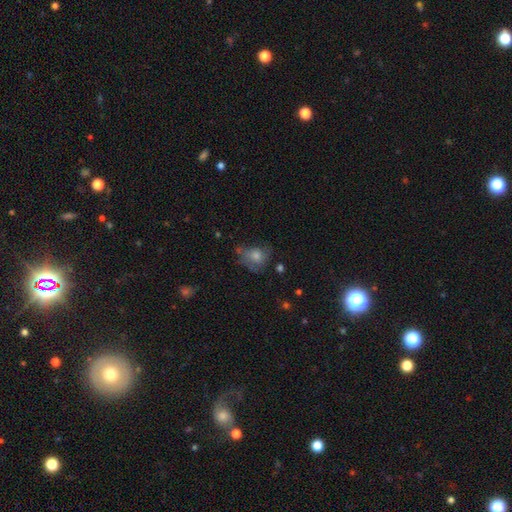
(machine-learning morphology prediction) A smooth galaxy with no disk features (51%) that is round (58%). Merging: none (50%).